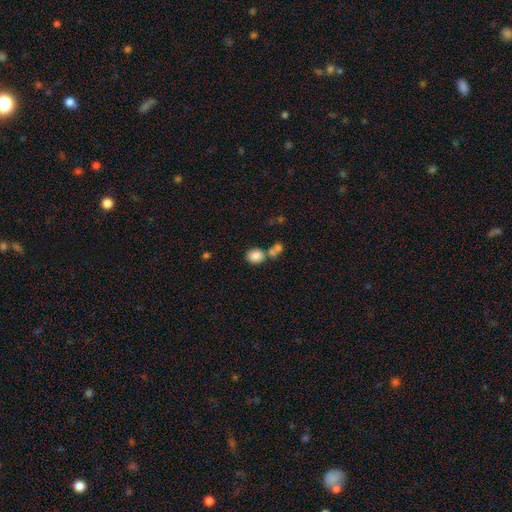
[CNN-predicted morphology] type=smooth (84%); roundness=round (52%); merging=none (51%).